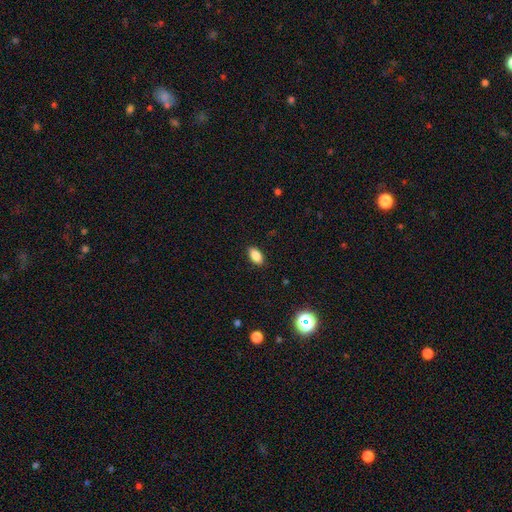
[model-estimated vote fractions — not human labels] This appears to be a smooth galaxy with no disk features (86%) that is in between round and cigar-shaped (91%). Merging: none (89%).